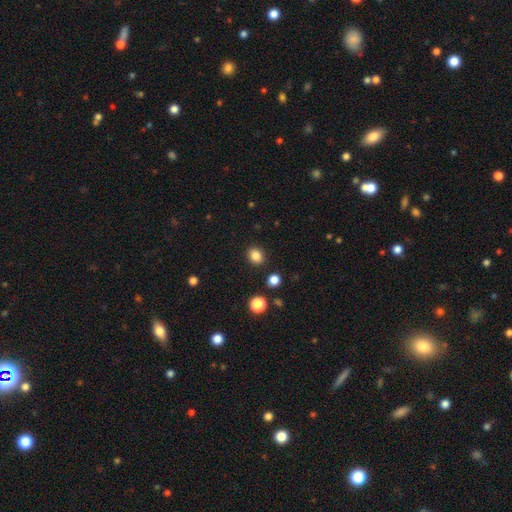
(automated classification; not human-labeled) Smooth or featured: smooth — 84% (star or artifact — 12%)
How rounded: round — 62% (in between — 37%)
Merging: none — 88% (minor disturbance — 7%)